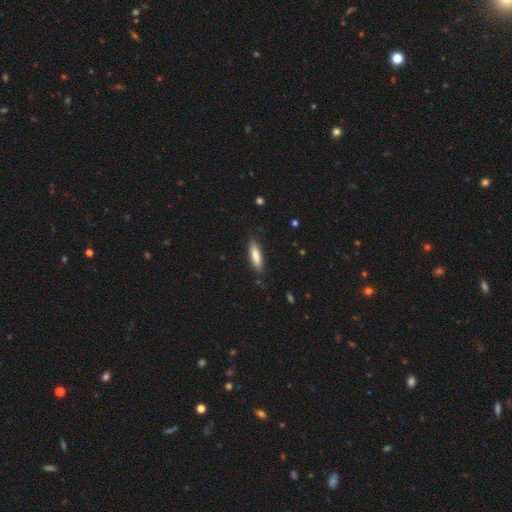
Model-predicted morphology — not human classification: type=smooth (78%); roundness=cigar-shaped (67%); merging=none (84%).